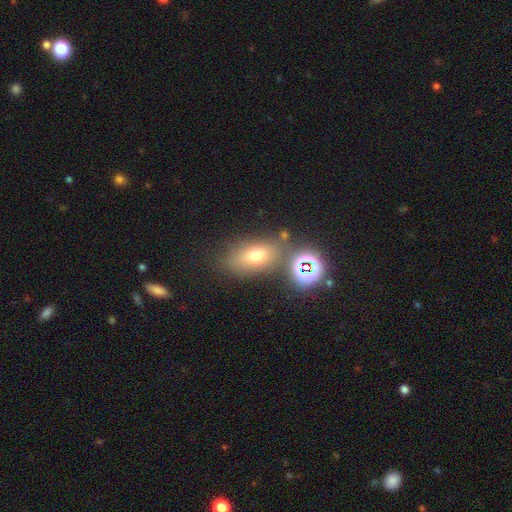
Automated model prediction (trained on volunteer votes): This is likely a smooth galaxy (64%). How rounded: likely in between (77%). Merging: likely none (71%).